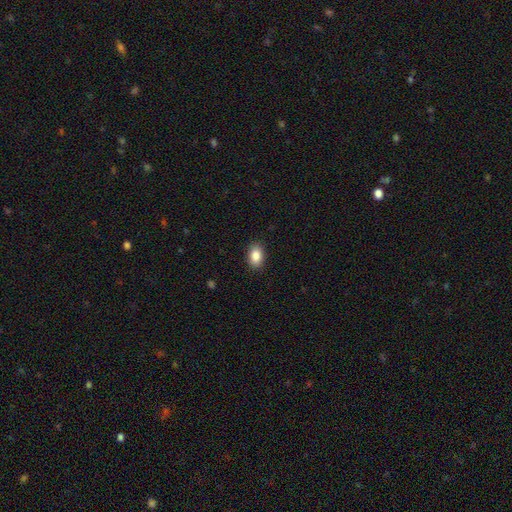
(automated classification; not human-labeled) Morphology: type=smooth (87%); roundness=in between (88%); merging=none (89%).